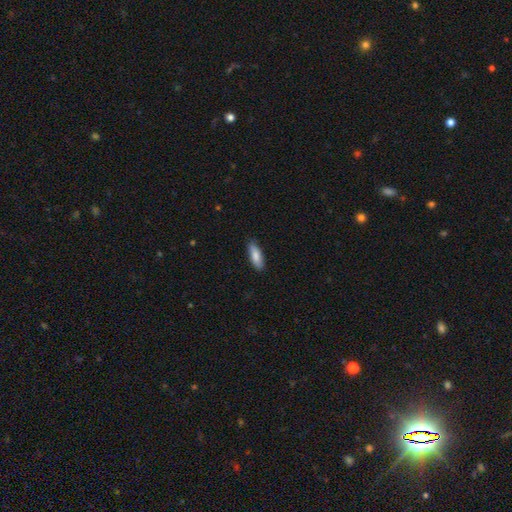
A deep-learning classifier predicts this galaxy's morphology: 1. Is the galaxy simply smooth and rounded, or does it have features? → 83% smooth, 11% featured or disk, 6% star or artifact.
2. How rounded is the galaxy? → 62% in between, 36% cigar-shaped, 2% round.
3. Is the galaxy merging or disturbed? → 86% none, 11% minor disturbance, 2% major disturbance, 1% merger.